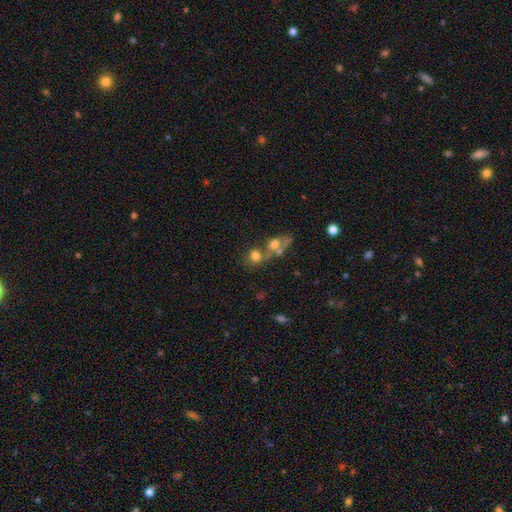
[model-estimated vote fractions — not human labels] Smooth or featured? Predicted: smooth (p=0.69). How rounded? Predicted: round (p=0.78). Merging? Predicted: merger (p=0.49).